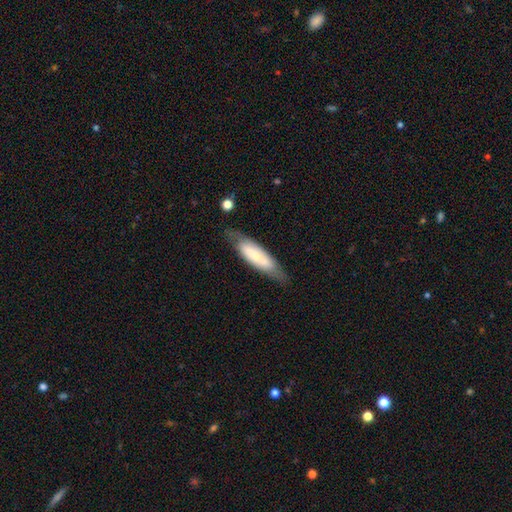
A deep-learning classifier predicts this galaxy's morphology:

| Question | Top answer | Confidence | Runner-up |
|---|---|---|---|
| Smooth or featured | featured or disk | 48% | smooth (45%) |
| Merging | none | 70% | minor disturbance (21%) |